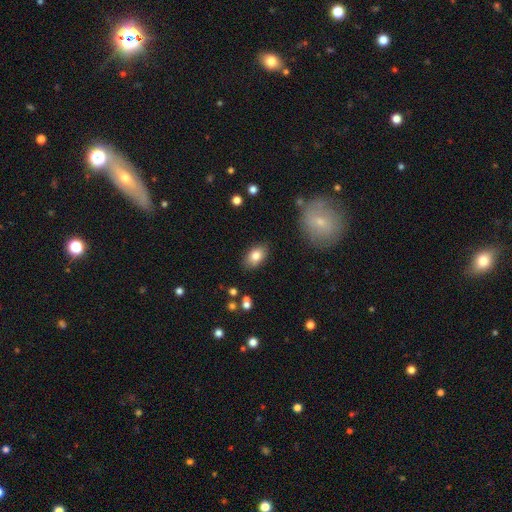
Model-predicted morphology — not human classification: A smooth galaxy with no disk features (81%) that is in between round and cigar-shaped (89%). Merging: none (84%).